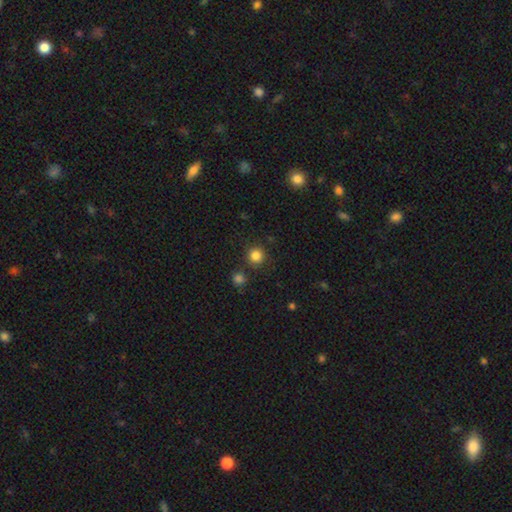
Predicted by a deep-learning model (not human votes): Smooth or featured? smooth (84%)
How rounded? round (94%)
Merging? none (85%)